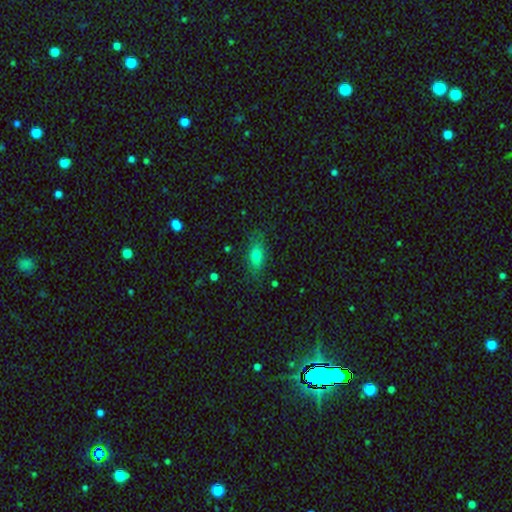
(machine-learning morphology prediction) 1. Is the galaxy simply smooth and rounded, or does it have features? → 74% smooth, 15% featured or disk, 10% star or artifact.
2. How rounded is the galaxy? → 78% in between, 13% cigar-shaped, 9% round.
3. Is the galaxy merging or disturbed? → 77% none, 16% minor disturbance, 5% major disturbance, 2% merger.